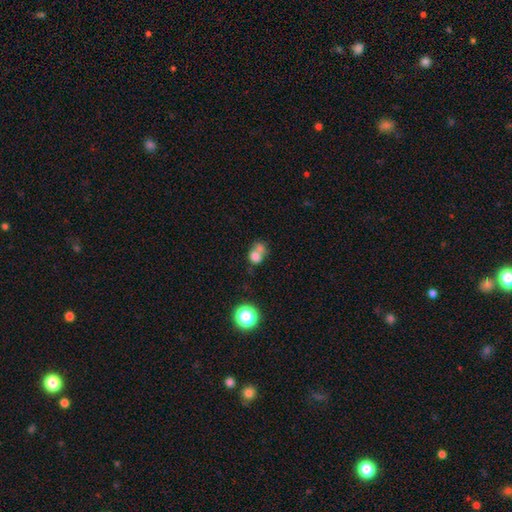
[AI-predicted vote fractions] Morphology: type=smooth (70%); roundness=round (60%); merging=merger (58%).